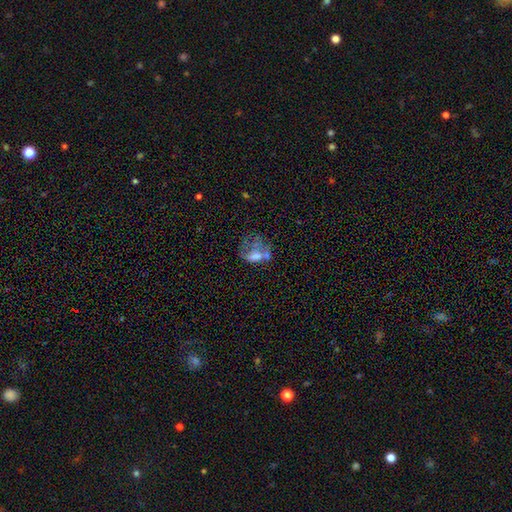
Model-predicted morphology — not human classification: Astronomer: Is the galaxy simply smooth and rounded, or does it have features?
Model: smooth — 43% (runner-up: featured or disk, 42%).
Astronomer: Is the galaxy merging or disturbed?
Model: major disturbance — 36% (runner-up: merger, 29%).